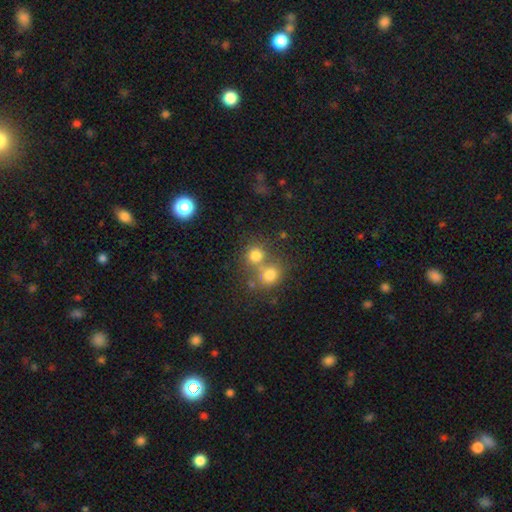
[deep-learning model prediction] smooth-or-featured: smooth: 76% | star or artifact: 14% | featured or disk: 10%
  how-rounded: round: 81% | in between: 18% | cigar-shaped: 1%
  merging: none: 45% | merger: 43% | minor disturbance: 8% | major disturbance: 4%